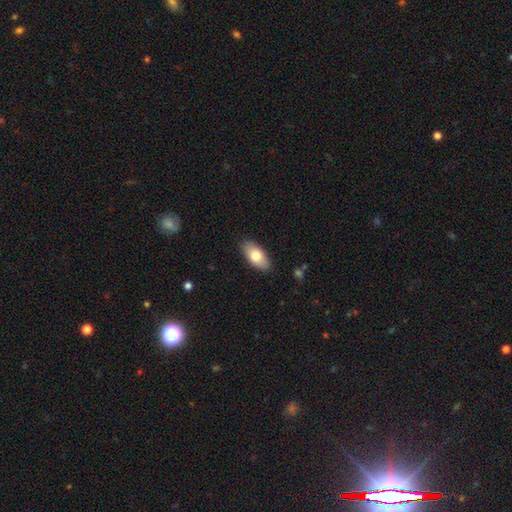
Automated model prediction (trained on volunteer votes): This appears to be a smooth galaxy with no disk features (77%) that is in between round and cigar-shaped (90%). Merging: none (87%).